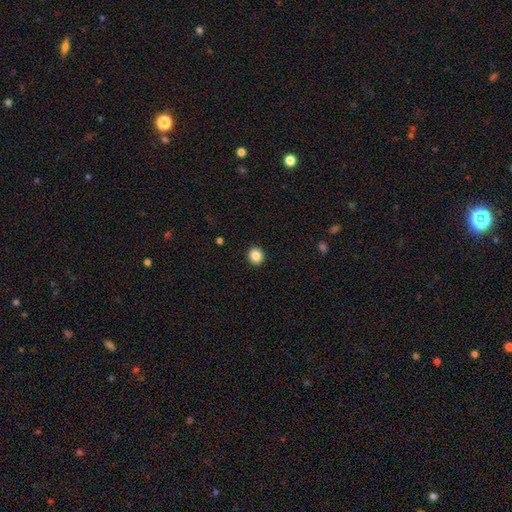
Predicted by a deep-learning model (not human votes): Smooth or featured? smooth (85%)
How rounded? round (90%)
Merging? none (93%)